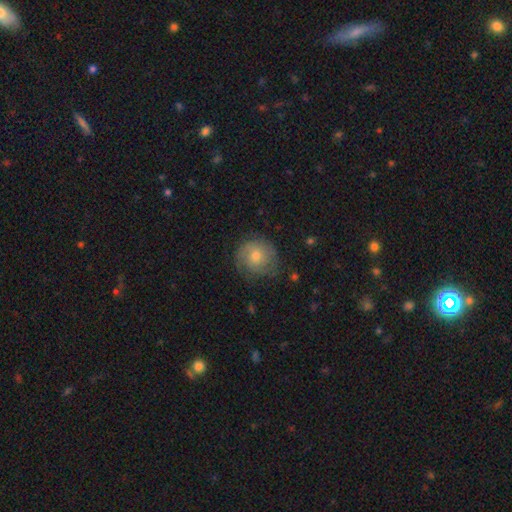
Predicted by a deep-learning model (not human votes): smooth-or-featured: smooth: 51% | featured or disk: 41% | star or artifact: 8%
  how-rounded: round: 86% | in between: 13% | cigar-shaped: 1%
  merging: none: 67% | minor disturbance: 23% | major disturbance: 9% | merger: 1%